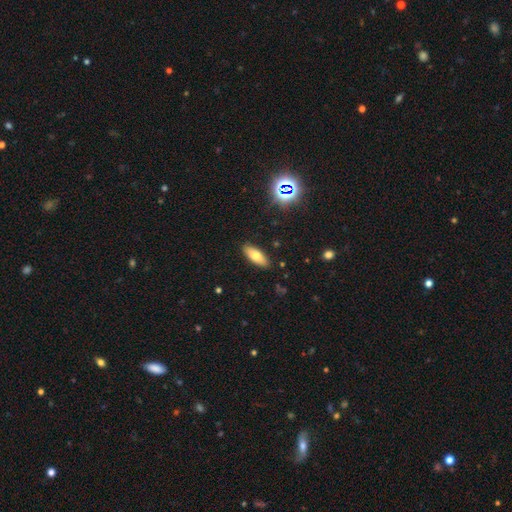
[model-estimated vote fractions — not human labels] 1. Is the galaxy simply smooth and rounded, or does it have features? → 72% smooth, 19% featured or disk, 9% star or artifact.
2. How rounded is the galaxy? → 74% in between, 24% cigar-shaped, 3% round.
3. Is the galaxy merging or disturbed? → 88% none, 9% minor disturbance, 2% major disturbance, 1% merger.